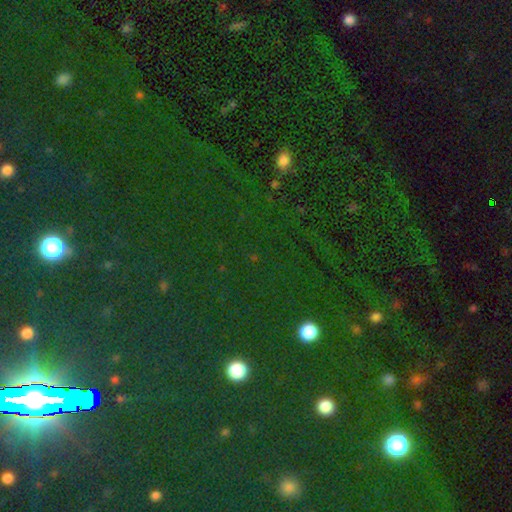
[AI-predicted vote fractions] This appears to be a star or artifact, not a galaxy (78%).